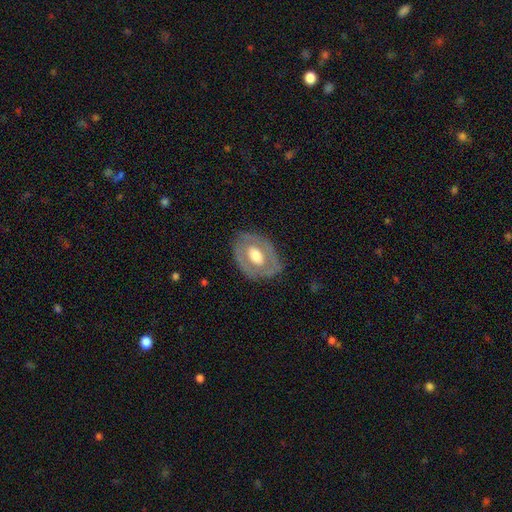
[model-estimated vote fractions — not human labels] The model was most divided on "smooth or featured": featured or disk: 55%, smooth: 39%, star or artifact: 6%. More confident: edge-on disk — no (93%); spiral arms — no (80%); merging — none (77%); bar — no (68%); bulge size — moderate (55%).